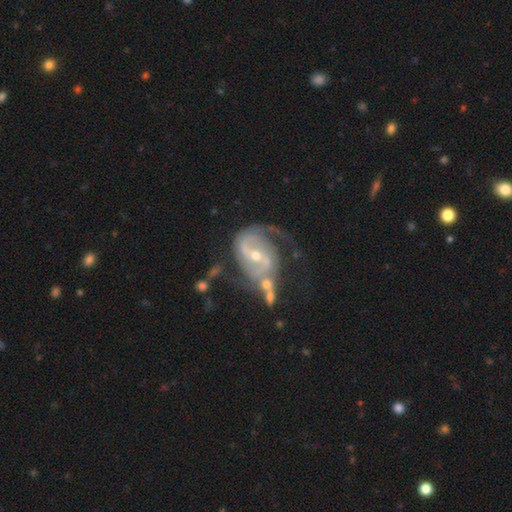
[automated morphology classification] Smooth or featured?
  - featured or disk: 88% *
  - smooth: 6%
  - star or artifact: 6%
Edge-on disk?
  - no: 97% *
  - yes: 3%
Bar?
  - weak: 42% *
  - strong: 35%
  - no: 24%
Spiral arms?
  - yes: 95% *
  - no: 5%
Spiral winding?
  - medium: 49% *
  - loose: 29%
  - tight: 22%
Spiral arm count?
  - 2: 81% *
  - 1: 7%
  - can't tell: 6%
  - 3: 3%
  - 4: 1%
  - more than 4: 1%
Bulge size?
  - small: 50% *
  - moderate: 47%
  - large: 2%
  - none: 1%
  - dominant: 1%
Merging?
  - none: 43% *
  - minor disturbance: 21%
  - major disturbance: 21%
  - merger: 15%